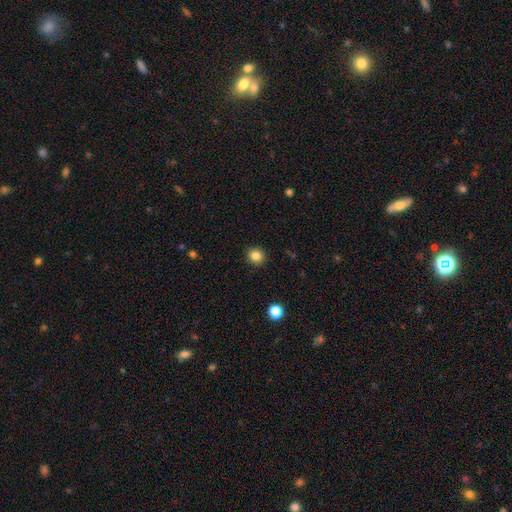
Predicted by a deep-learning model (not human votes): This is clearly a smooth galaxy (84%). How rounded: clearly round (85%). Merging: clearly none (91%).